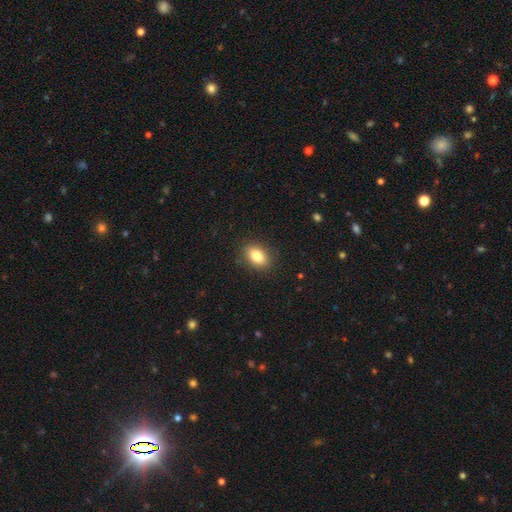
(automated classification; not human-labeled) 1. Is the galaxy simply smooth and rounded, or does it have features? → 83% smooth, 9% star or artifact, 8% featured or disk.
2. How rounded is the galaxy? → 82% in between, 16% round, 2% cigar-shaped.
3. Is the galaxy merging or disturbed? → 87% none, 10% minor disturbance, 3% major disturbance, 1% merger.